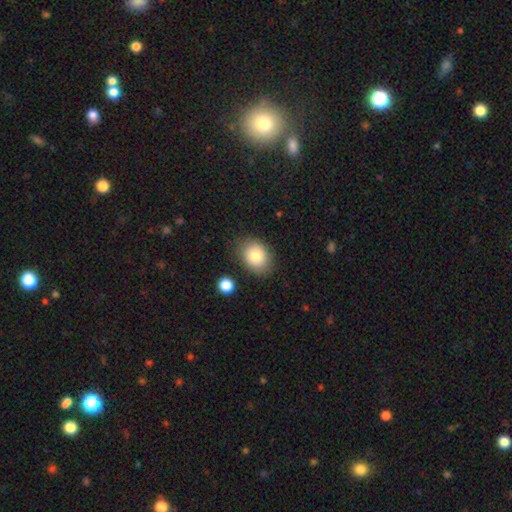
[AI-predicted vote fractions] Morphology: type=smooth (82%); roundness=in between (65%); merging=none (80%).